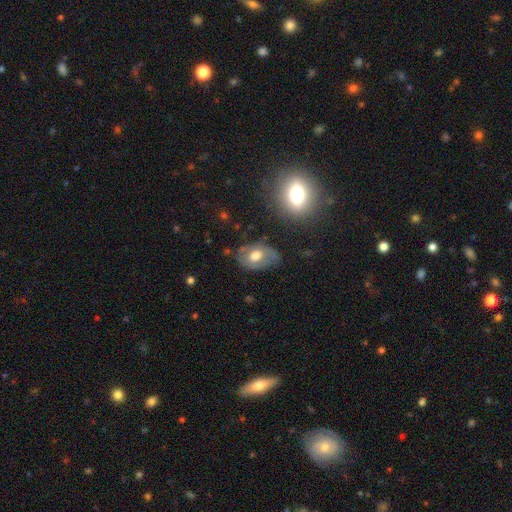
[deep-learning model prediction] A smooth galaxy with no disk features (53%) that is in between round and cigar-shaped (85%).

Vote fractions:
- Smooth or featured? smooth: 53% / featured or disk: 38% / star or artifact: 9%
- How rounded? in between: 85% / round: 14% / cigar-shaped: 1%
- Merging? none: 58% / minor disturbance: 27% / major disturbance: 12% / merger: 3%